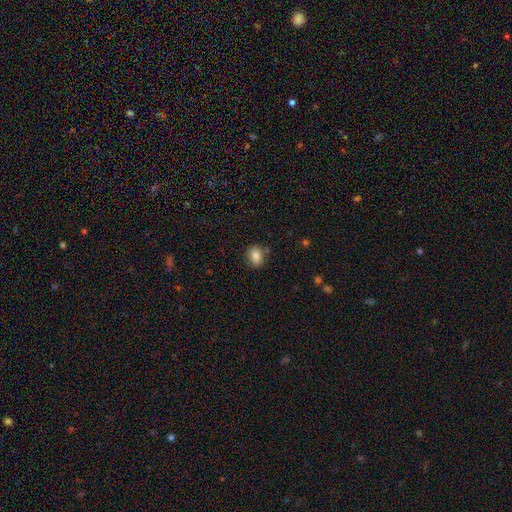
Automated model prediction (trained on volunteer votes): Smooth or featured: smooth — 83% (star or artifact — 9%)
How rounded: in between — 60% (round — 39%)
Merging: none — 81% (minor disturbance — 12%)